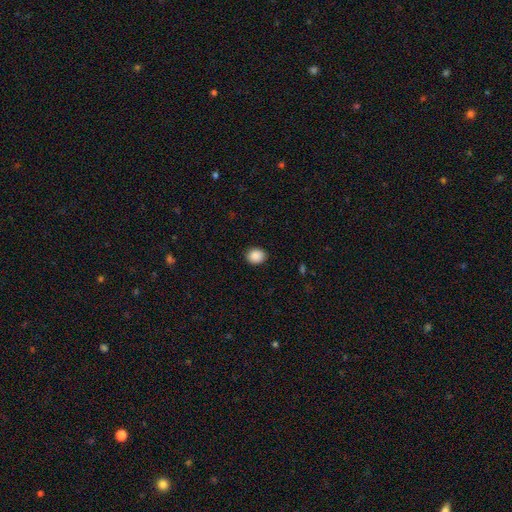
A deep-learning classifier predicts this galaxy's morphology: smooth-or-featured: smooth: 89% | star or artifact: 8% | featured or disk: 3%
  how-rounded: round: 67% | in between: 32% | cigar-shaped: 1%
  merging: none: 90% | minor disturbance: 7% | major disturbance: 2% | merger: 1%